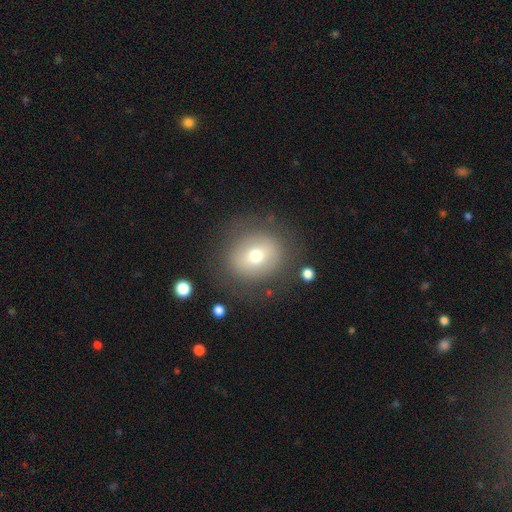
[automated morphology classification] Q: Smooth or featured?
A: smooth (63%); runner-up: featured or disk (26%)
Q: How rounded?
A: round (78%); runner-up: in between (21%)
Q: Merging?
A: none (81%); runner-up: minor disturbance (11%)